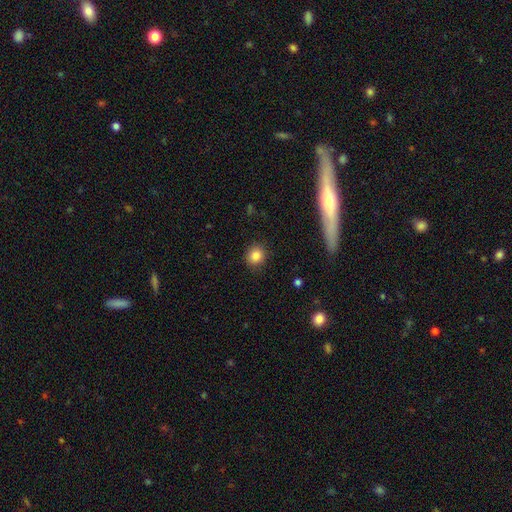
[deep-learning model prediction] smooth-or-featured: smooth: 85% | star or artifact: 10% | featured or disk: 5%
  how-rounded: round: 83% | in between: 16% | cigar-shaped: 1%
  merging: none: 89% | minor disturbance: 8% | major disturbance: 2% | merger: 1%